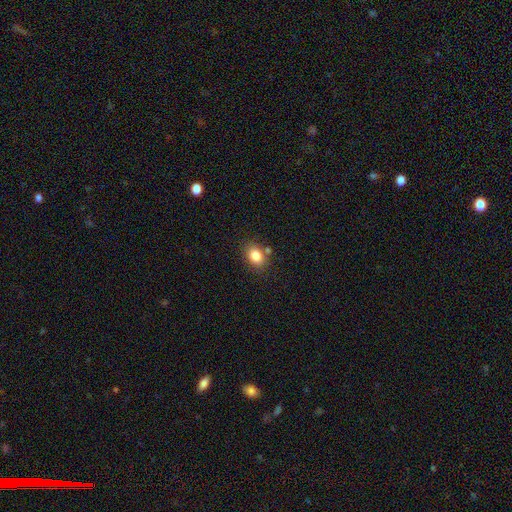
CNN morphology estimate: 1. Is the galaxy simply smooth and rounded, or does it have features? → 83% smooth, 10% star or artifact, 7% featured or disk.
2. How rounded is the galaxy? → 68% in between, 31% round, 1% cigar-shaped.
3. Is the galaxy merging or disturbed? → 76% none, 12% minor disturbance, 9% merger, 3% major disturbance.